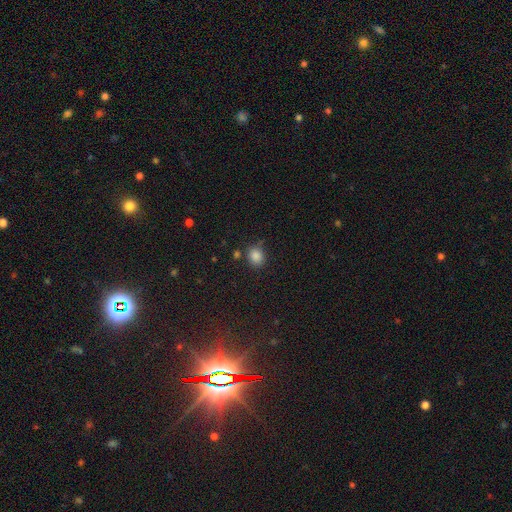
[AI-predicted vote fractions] Morphology: type=smooth (85%); roundness=round (62%); merging=none (75%).